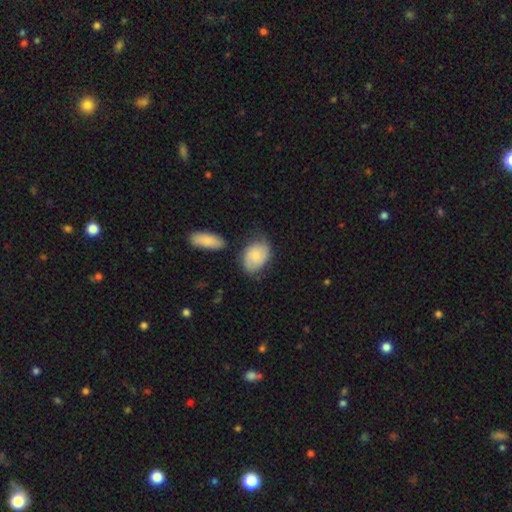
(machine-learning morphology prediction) Smooth or featured? Predicted: smooth (p=0.63). How rounded? Predicted: in between (p=0.80). Merging? Predicted: none (p=0.55).